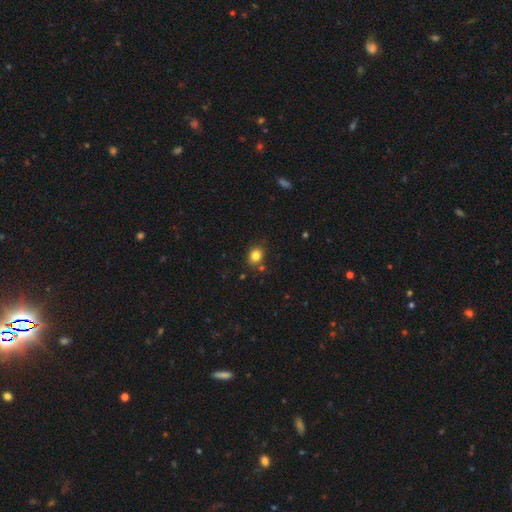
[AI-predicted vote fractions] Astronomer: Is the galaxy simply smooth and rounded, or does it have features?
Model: smooth — 82%.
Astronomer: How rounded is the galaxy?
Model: round — 66%.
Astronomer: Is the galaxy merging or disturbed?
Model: none — 80%.